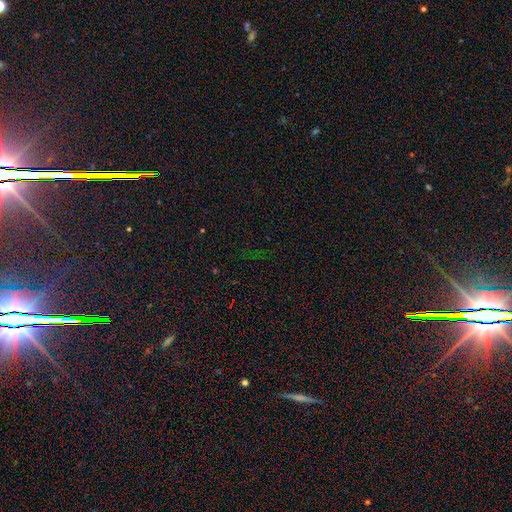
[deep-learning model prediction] Overall: star or artifact (77%).